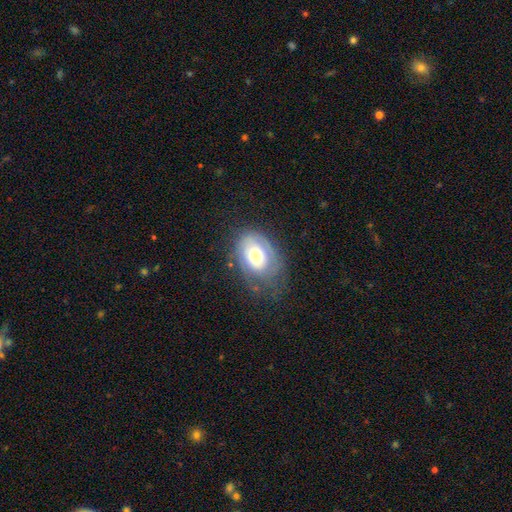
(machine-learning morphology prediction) smooth 49%, featured or disk 43%, star or artifact 8%. Down the decision tree: merging — none (51%).